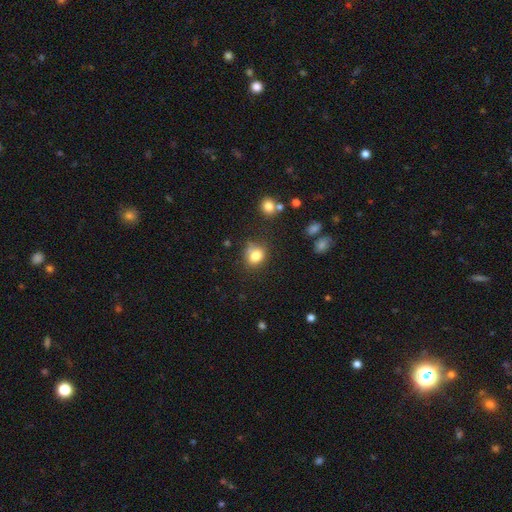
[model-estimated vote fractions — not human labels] Smooth or featured? Predicted: smooth (p=0.81). How rounded? Predicted: round (p=0.68). Merging? Predicted: none (p=0.69).